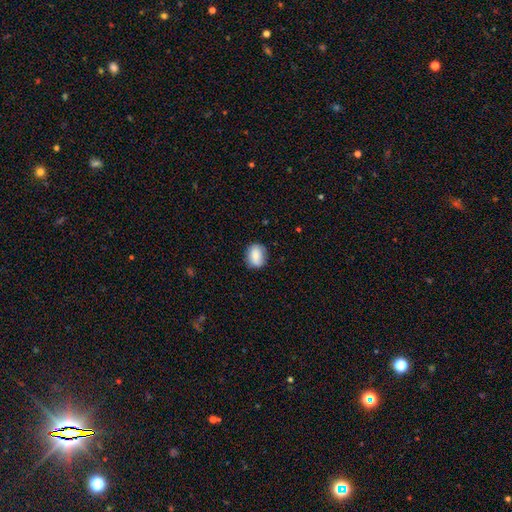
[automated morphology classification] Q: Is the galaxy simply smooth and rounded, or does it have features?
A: smooth — 79%.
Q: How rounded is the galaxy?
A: in between — 54%.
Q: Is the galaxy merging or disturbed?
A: none — 81%.